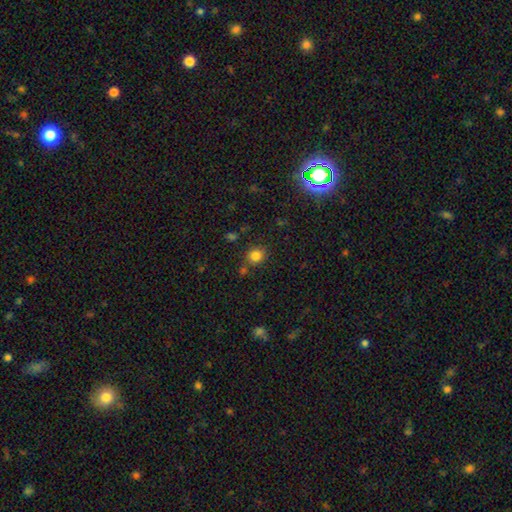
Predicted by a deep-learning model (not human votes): This appears to be a smooth galaxy with no disk features (82%) that is round (80%). Merging: none (78%).